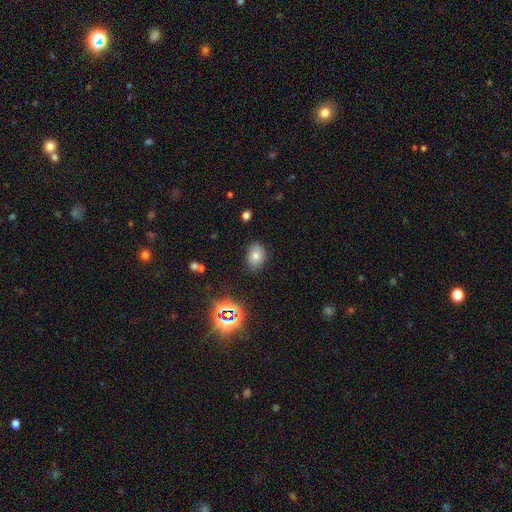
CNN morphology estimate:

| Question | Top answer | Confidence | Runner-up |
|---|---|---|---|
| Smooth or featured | smooth | 71% | star or artifact (17%) |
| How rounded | in between | 70% | round (29%) |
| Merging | none | 80% | minor disturbance (14%) |